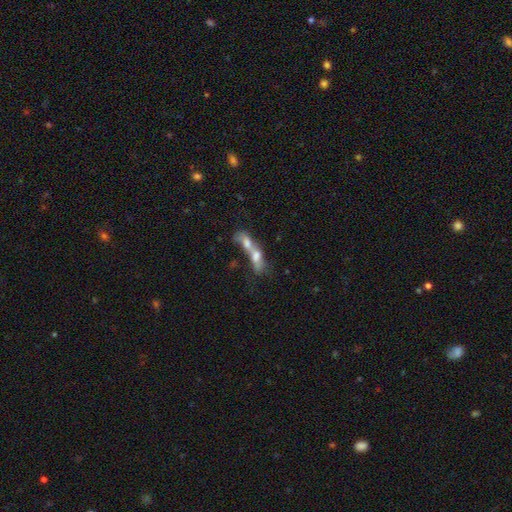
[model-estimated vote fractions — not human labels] Q: Smooth or featured?
A: smooth (48%); runner-up: featured or disk (39%)
Q: Merging?
A: merger (72%); runner-up: none (15%)